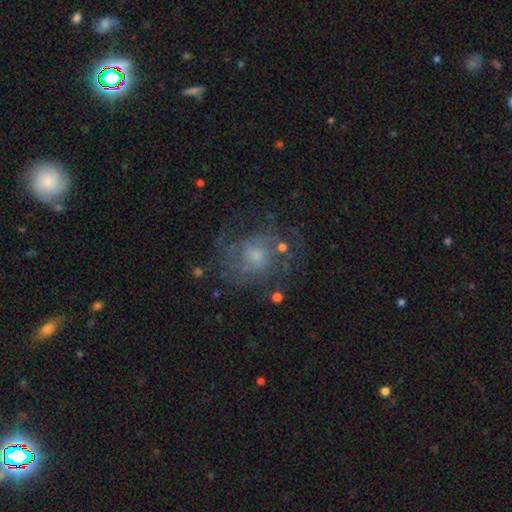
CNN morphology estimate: featured or disk 72%, smooth 18%, star or artifact 10%. Down the decision tree: edge-on disk — no (97%); bar — no (68%); spiral arms — yes (84%); spiral arm count — can't tell (37%); spiral winding — medium (44%); bulge size — small (45%); merging — none (64%).